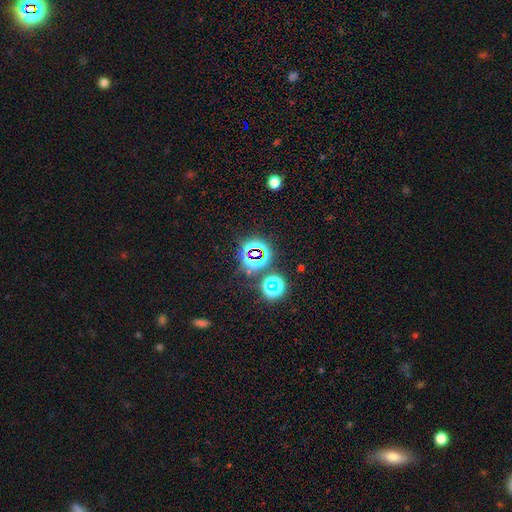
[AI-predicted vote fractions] Smooth or featured? star or artifact (75%)